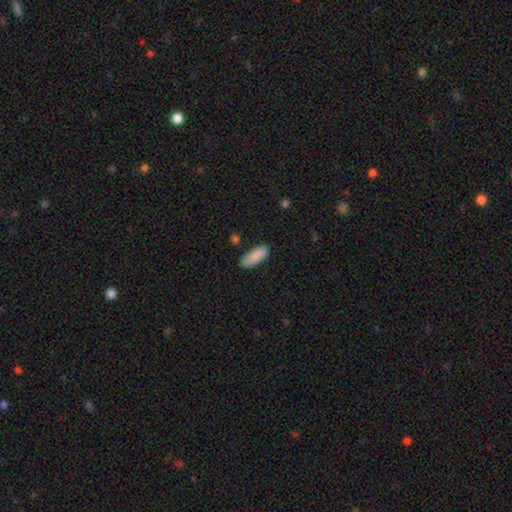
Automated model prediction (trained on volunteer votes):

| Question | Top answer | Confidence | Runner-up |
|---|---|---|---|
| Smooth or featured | smooth | 88% | featured or disk (6%) |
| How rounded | in between | 73% | cigar-shaped (25%) |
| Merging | none | 81% | minor disturbance (14%) |